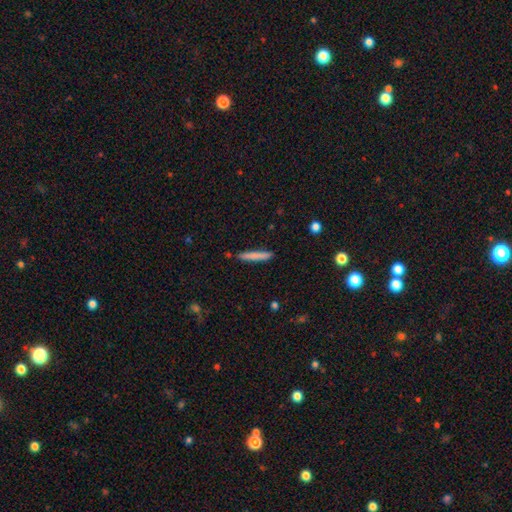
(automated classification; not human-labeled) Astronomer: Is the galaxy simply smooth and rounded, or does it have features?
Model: smooth — 77%.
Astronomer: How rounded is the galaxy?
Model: cigar-shaped — 95%.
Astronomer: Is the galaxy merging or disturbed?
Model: none — 88%.